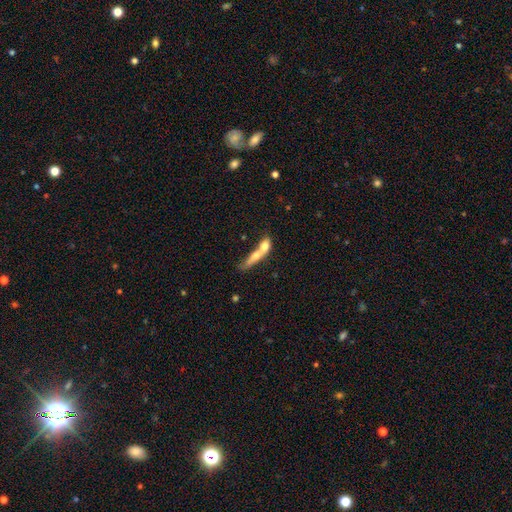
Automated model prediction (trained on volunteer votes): Morphology: type=smooth (57%); roundness=cigar-shaped (61%); merging=merger (66%).